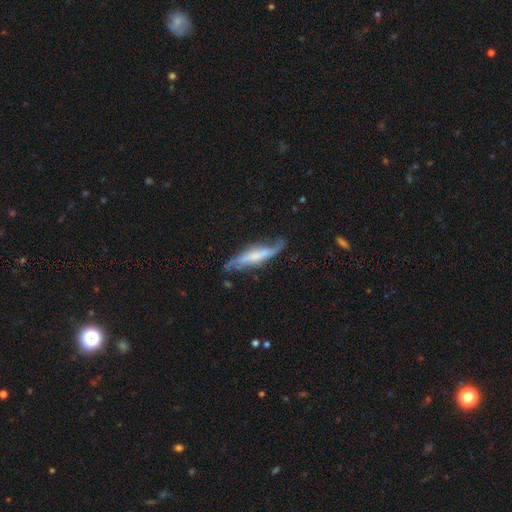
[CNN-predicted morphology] Q: Smooth or featured?
A: featured or disk (64%); runner-up: smooth (30%)
Q: Edge-on disk?
A: yes (53%); runner-up: no (47%)
Q: Merging?
A: none (61%); runner-up: minor disturbance (26%)